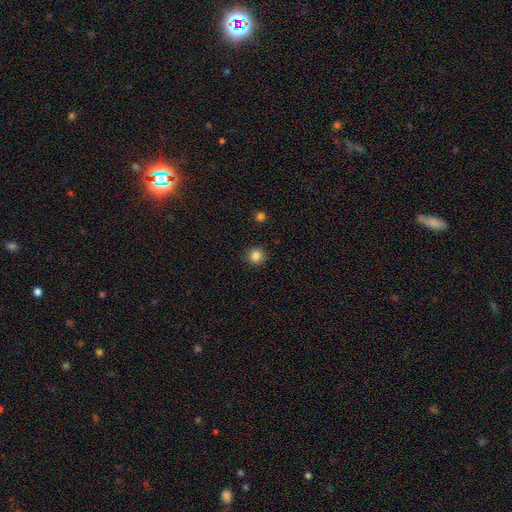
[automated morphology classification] A smooth galaxy with no disk features (84%) that is round (93%).

Vote fractions:
- Smooth or featured? smooth: 84% / star or artifact: 11% / featured or disk: 5%
- How rounded? round: 93% / in between: 6% / cigar-shaped: 1%
- Merging? none: 91% / minor disturbance: 6% / major disturbance: 2% / merger: 1%